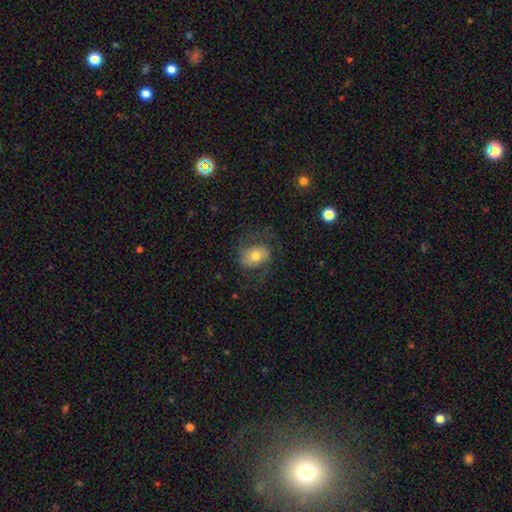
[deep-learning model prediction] smooth-or-featured: smooth: 46% (tied) | featured or disk: 46% (tied) | star or artifact: 9%
  merging: none: 62% | minor disturbance: 18% | major disturbance: 18% | merger: 1%